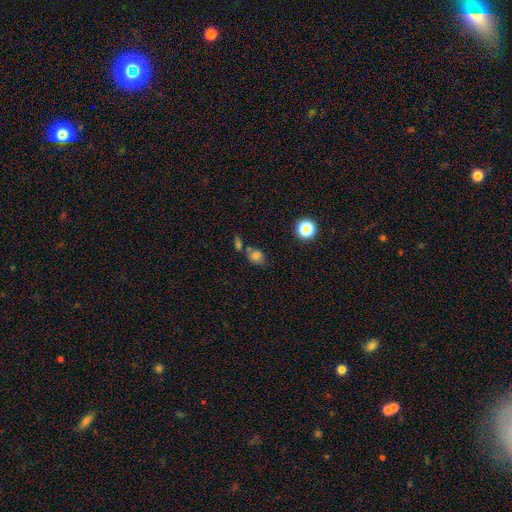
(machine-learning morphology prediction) smooth_or_featured: smooth (p=0.77) [alt: star or artifact p=0.15]
how_rounded: in between (p=0.57) [alt: round p=0.41]
merging: none (p=0.55) [alt: merger p=0.22]